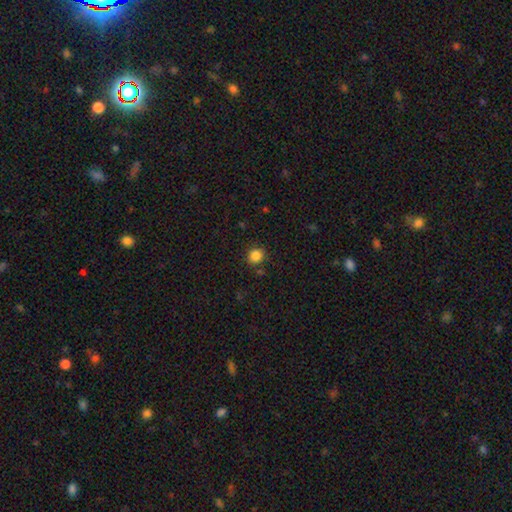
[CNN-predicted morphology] A smooth galaxy with no disk features (85%) that is round (83%).

Vote fractions:
- Smooth or featured? smooth: 85% / star or artifact: 11% / featured or disk: 4%
- How rounded? round: 83% / in between: 16% / cigar-shaped: 1%
- Merging? none: 86% / minor disturbance: 9% / merger: 3% / major disturbance: 3%